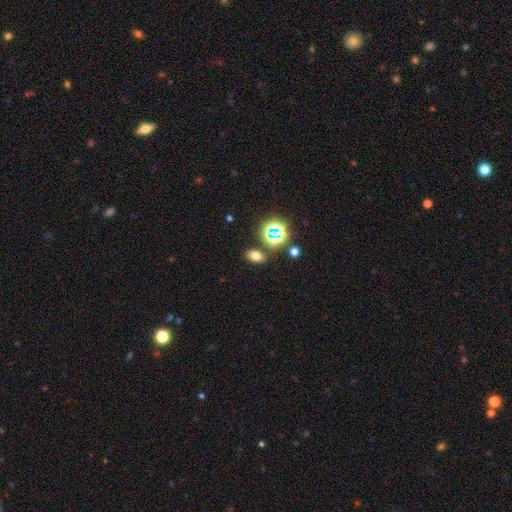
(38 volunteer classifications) smooth 79%, featured or disk 11%, star or artifact 11%. Down the decision tree: how rounded — in between (87%); merging — none (100%).